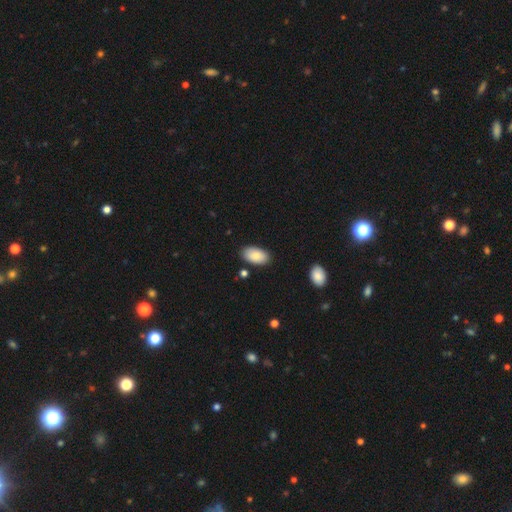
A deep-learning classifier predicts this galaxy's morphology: A smooth galaxy with no disk features (86%) that is in between round and cigar-shaped (95%).

Vote fractions:
- Smooth or featured? smooth: 86% / featured or disk: 7% / star or artifact: 6%
- How rounded? in between: 95% / round: 3% / cigar-shaped: 2%
- Merging? none: 85% / minor disturbance: 10% / merger: 2% / major disturbance: 2%